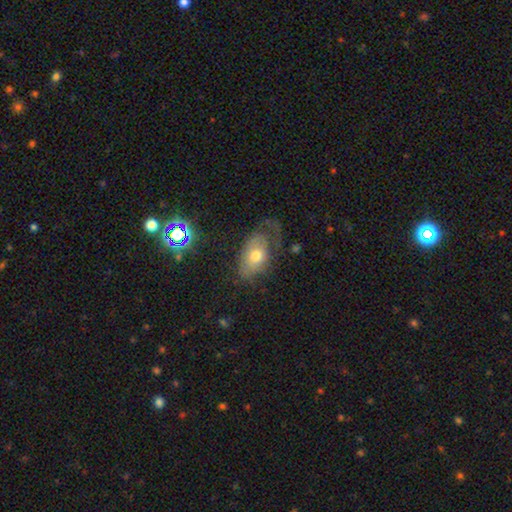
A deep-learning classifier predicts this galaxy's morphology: Q: Smooth or featured?
A: smooth (54%); runner-up: featured or disk (36%)
Q: How rounded?
A: in between (88%); runner-up: round (10%)
Q: Merging?
A: none (37%); runner-up: major disturbance (36%)